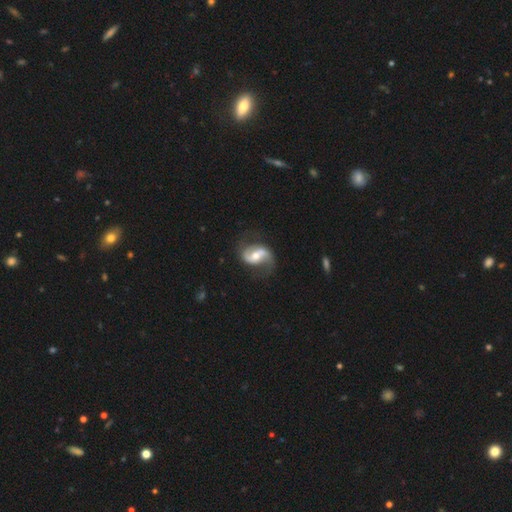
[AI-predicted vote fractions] Q: Smooth or featured?
A: featured or disk (84%); runner-up: smooth (11%)
Q: Edge-on disk?
A: no (97%); runner-up: yes (3%)
Q: Bar?
A: weak (41%); runner-up: strong (30%)
Q: Spiral arms?
A: yes (94%); runner-up: no (6%)
Q: Spiral winding?
A: loose (56%); runner-up: medium (35%)
Q: Spiral arm count?
A: 2 (90%); runner-up: 1 (4%)
Q: Bulge size?
A: moderate (66%); runner-up: small (26%)
Q: Merging?
A: none (70%); runner-up: minor disturbance (18%)